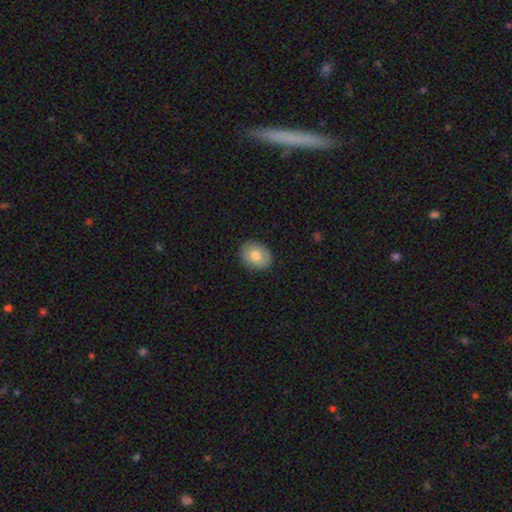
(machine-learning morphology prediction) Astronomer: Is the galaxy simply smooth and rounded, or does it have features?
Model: smooth — 74%.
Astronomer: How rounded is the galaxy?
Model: round — 56% (runner-up: in between, 43%).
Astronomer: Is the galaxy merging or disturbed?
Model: none — 87%.